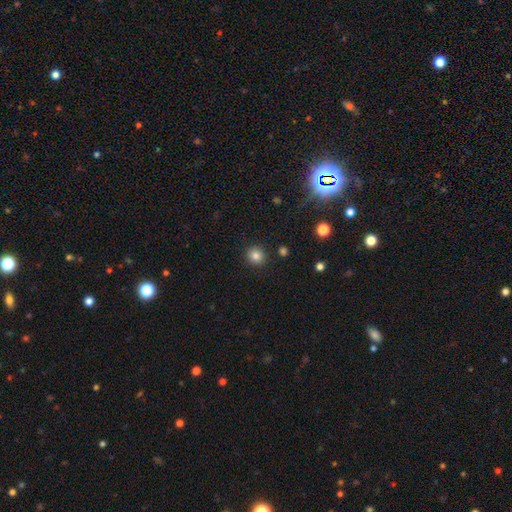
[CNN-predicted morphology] Q: Smooth or featured?
A: smooth (83%); runner-up: star or artifact (12%)
Q: How rounded?
A: round (90%); runner-up: in between (9%)
Q: Merging?
A: none (90%); runner-up: minor disturbance (6%)